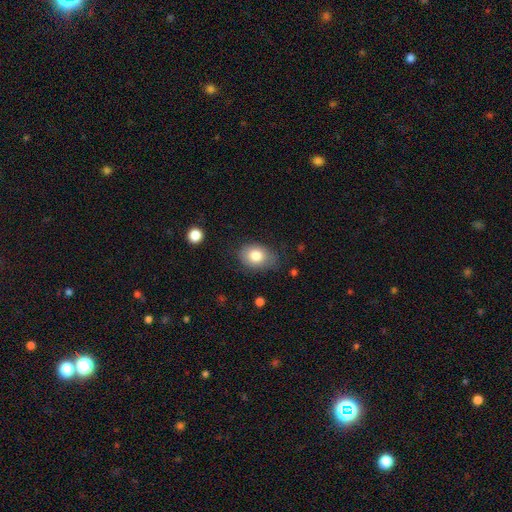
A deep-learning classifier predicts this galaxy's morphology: The model was most divided on "how rounded": in between: 66%, round: 33%, cigar-shaped: 1%. More confident: smooth or featured — smooth (81%); merging — none (67%).